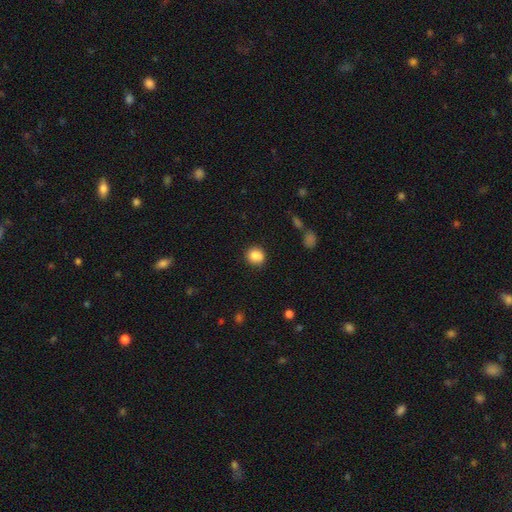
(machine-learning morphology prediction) A smooth galaxy with no disk features (87%) that is round (79%). Merging: none (82%).